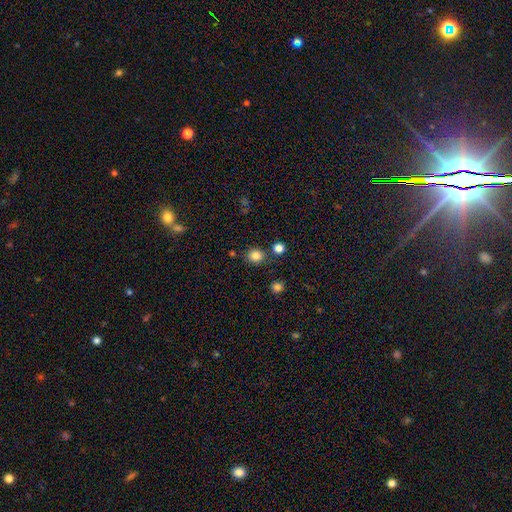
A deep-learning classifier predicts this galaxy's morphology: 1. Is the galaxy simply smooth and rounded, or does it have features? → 83% smooth, 12% star or artifact, 4% featured or disk.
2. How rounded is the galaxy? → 77% round, 22% in between, 1% cigar-shaped.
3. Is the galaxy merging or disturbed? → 79% none, 10% minor disturbance, 8% merger, 3% major disturbance.